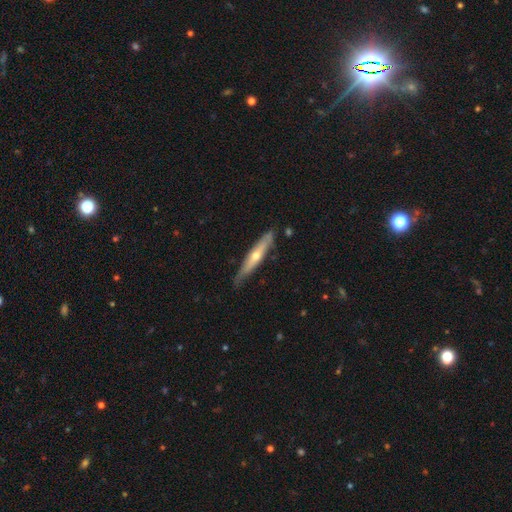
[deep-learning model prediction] This appears to be a featured or disk galaxy (58%) viewed edge-on (86%). Merging: none (77%).